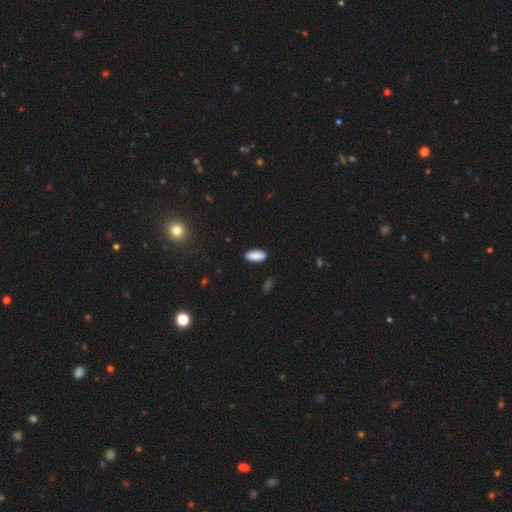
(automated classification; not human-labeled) Smooth or featured? smooth (89%)
How rounded? in between (81%)
Merging? none (88%)